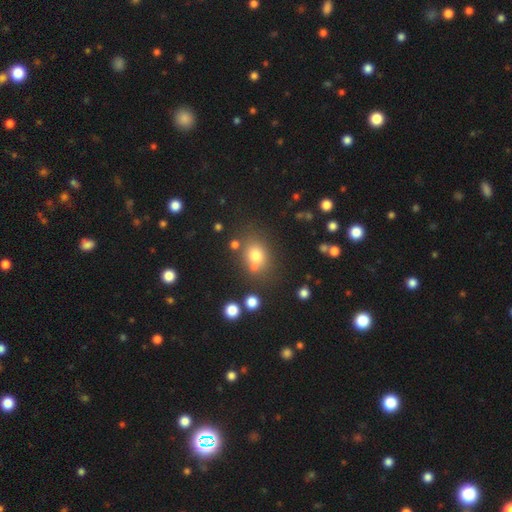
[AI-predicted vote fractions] A smooth galaxy with no disk features (74%) that is round (57%).

Vote fractions:
- Smooth or featured? smooth: 74% / star or artifact: 15% / featured or disk: 12%
- How rounded? round: 57% / in between: 42% / cigar-shaped: 1%
- Merging? none: 67% / merger: 15% / minor disturbance: 13% / major disturbance: 5%